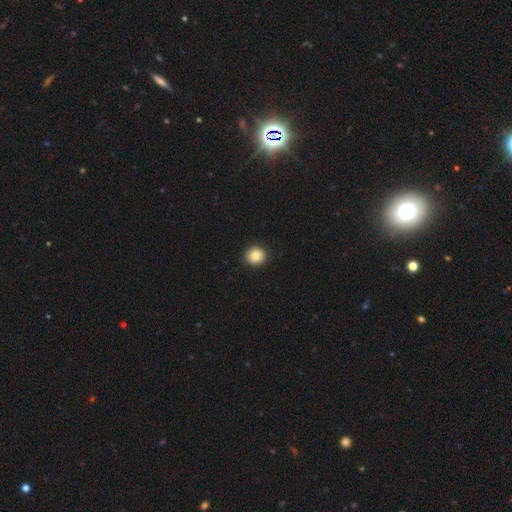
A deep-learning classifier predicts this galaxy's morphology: Smooth or featured? smooth (86%)
How rounded? round (93%)
Merging? none (91%)